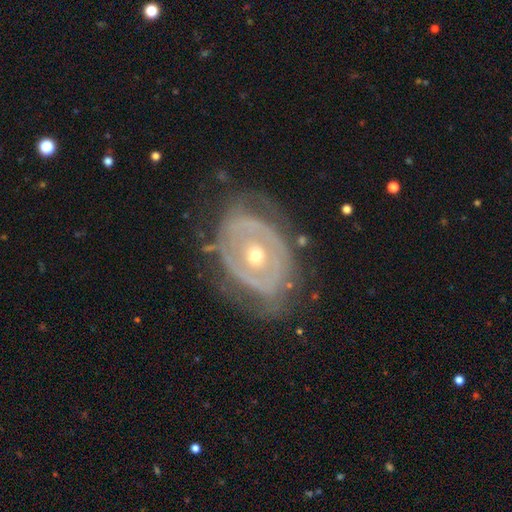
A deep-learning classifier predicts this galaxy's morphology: This appears to be a featured or disk galaxy (79%) with no bar (73%), spiral arms (54%) and a moderate central bulge (56%). Merging: none (66%).